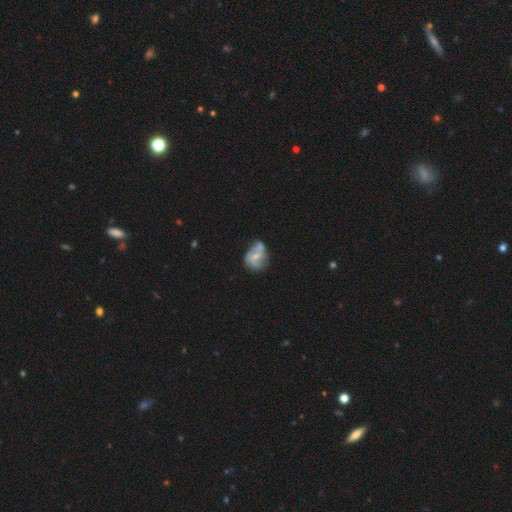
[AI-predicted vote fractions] featured or disk 62%, smooth 30%, star or artifact 8%. Down the decision tree: edge-on disk — no (97%); bar — no (49%); spiral arms — yes (71%); bulge size — small (51%); merging — none (42%).